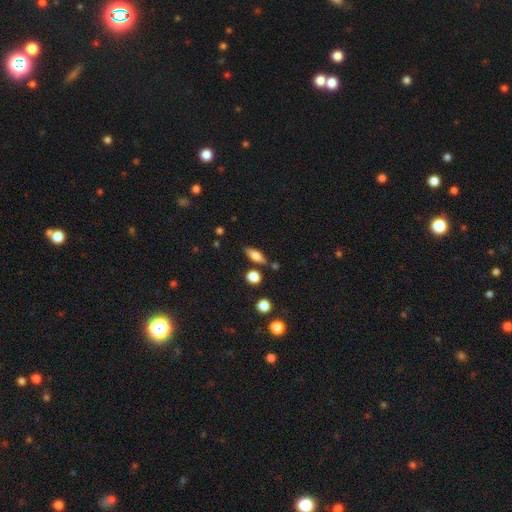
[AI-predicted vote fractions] smooth_or_featured: smooth (p=0.50) [alt: featured or disk p=0.41]
merging: none (p=0.79) [alt: minor disturbance p=0.12]